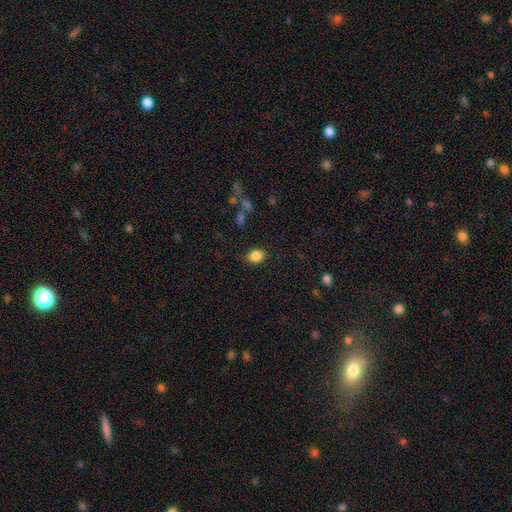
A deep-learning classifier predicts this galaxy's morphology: Q: Smooth or featured?
A: smooth (86%); runner-up: star or artifact (10%)
Q: How rounded?
A: round (56%); runner-up: in between (43%)
Q: Merging?
A: none (85%); runner-up: minor disturbance (10%)